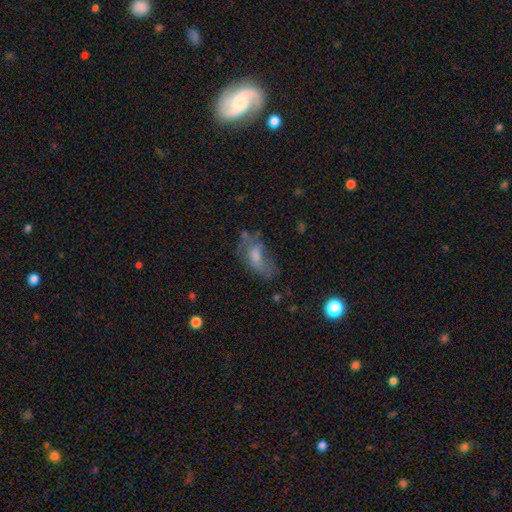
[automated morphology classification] The model was most divided on "merging": none: 41%, minor disturbance: 27%, major disturbance: 26%, merger: 6%. More confident: how rounded — in between (85%); smooth or featured — smooth (51%).